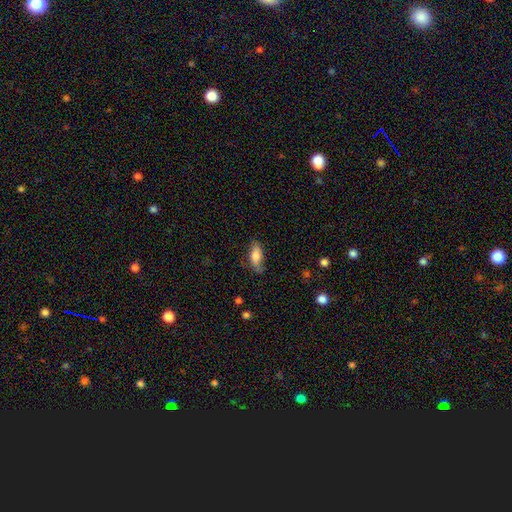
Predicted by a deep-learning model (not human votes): Smooth or featured?
  - smooth: 74% *
  - featured or disk: 19%
  - star or artifact: 7%
How rounded?
  - in between: 80% *
  - cigar-shaped: 17%
  - round: 3%
Merging?
  - none: 67% *
  - minor disturbance: 25%
  - major disturbance: 7%
  - merger: 2%